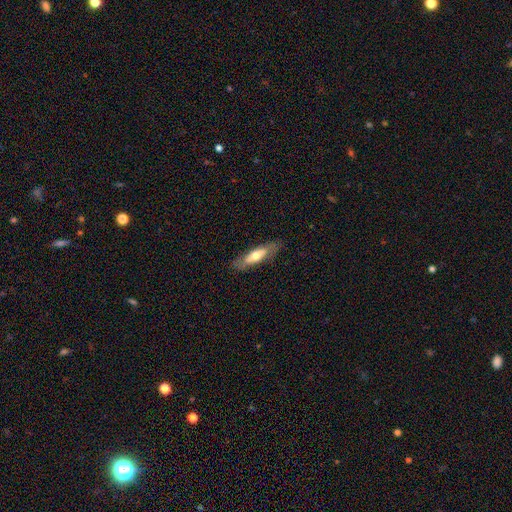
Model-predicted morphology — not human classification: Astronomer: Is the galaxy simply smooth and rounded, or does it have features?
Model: smooth — 54% (runner-up: featured or disk, 40%).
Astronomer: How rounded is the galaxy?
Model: cigar-shaped — 55% (runner-up: in between, 43%).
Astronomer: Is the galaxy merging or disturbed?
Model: none — 81%.